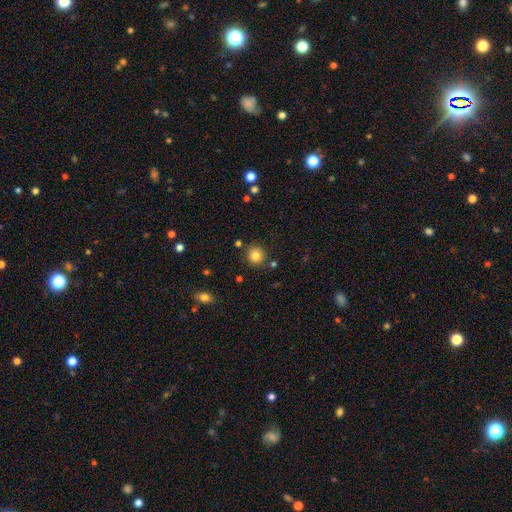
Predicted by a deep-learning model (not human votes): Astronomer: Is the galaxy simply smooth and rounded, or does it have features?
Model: smooth — 82%.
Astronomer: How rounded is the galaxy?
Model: round — 91%.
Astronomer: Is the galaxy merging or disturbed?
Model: none — 86%.